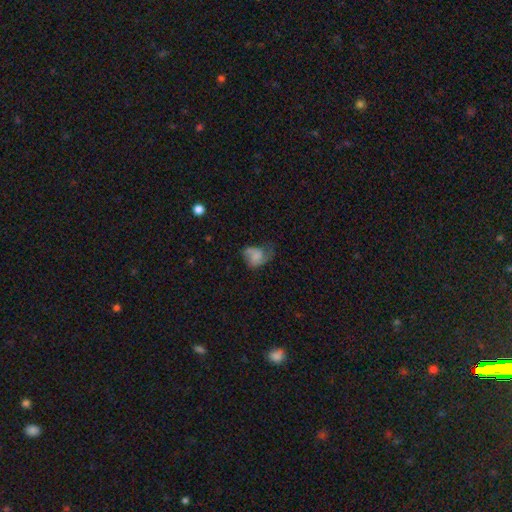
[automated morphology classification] The model was most divided on "merging": major disturbance: 38%, minor disturbance: 30%, none: 28%, merger: 4%. More confident: how rounded — in between (65%); smooth or featured — smooth (55%).